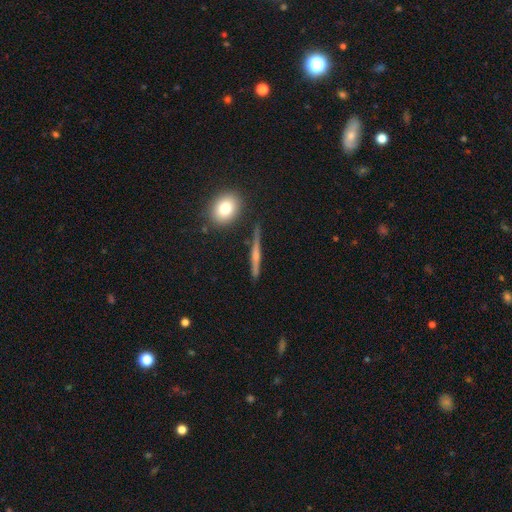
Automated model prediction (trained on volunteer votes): Smooth or featured? featured or disk (62%)
Edge-on disk? yes (96%)
Edge-on bulge? rounded (58%)
Merging? none (87%)